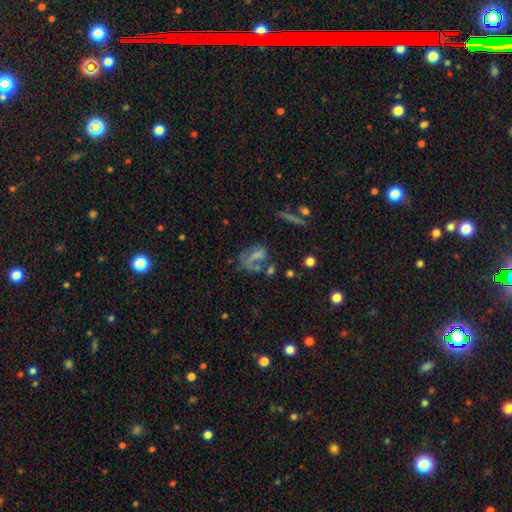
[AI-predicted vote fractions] Smooth or featured?
  - featured or disk: 44% *
  - smooth: 42%
  - star or artifact: 14%
Merging?
  - major disturbance: 34% *
  - none: 33%
  - minor disturbance: 20%
  - merger: 13%